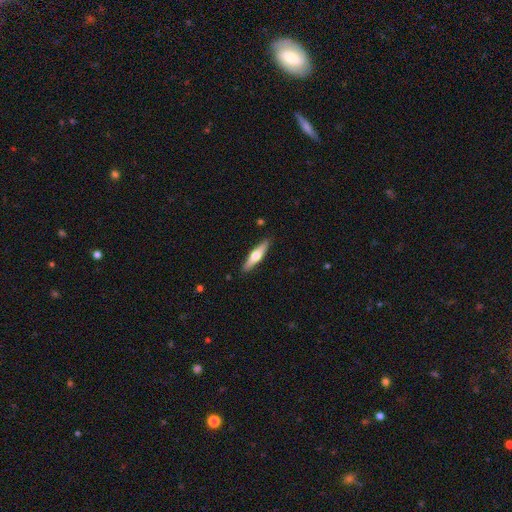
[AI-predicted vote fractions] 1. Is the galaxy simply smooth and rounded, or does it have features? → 56% featured or disk, 39% smooth, 5% star or artifact.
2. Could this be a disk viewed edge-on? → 95% yes, 5% no.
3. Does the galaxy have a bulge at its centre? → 94% rounded, 3% boxy, 3% none.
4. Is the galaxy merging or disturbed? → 90% none, 7% minor disturbance, 1% major disturbance, 1% merger.